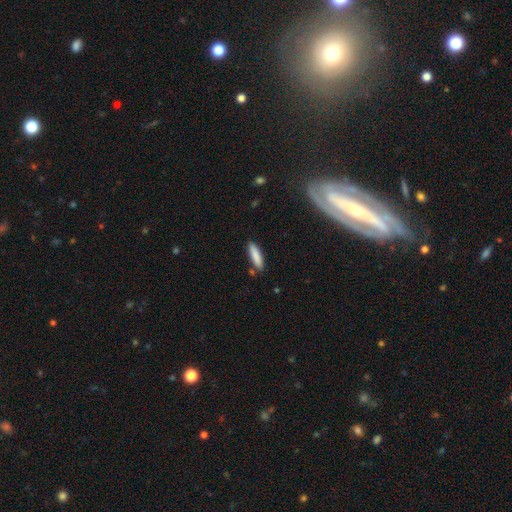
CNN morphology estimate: This is clearly a smooth galaxy (86%). How rounded: likely cigar-shaped (70%). Merging: clearly none (83%).